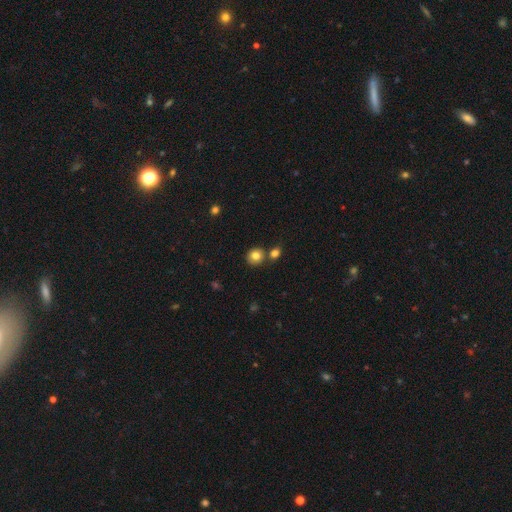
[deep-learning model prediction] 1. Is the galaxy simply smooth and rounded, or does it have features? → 81% smooth, 11% star or artifact, 9% featured or disk.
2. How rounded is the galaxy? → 83% round, 16% in between, 1% cigar-shaped.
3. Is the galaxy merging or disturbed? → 70% none, 18% merger, 9% minor disturbance, 3% major disturbance.